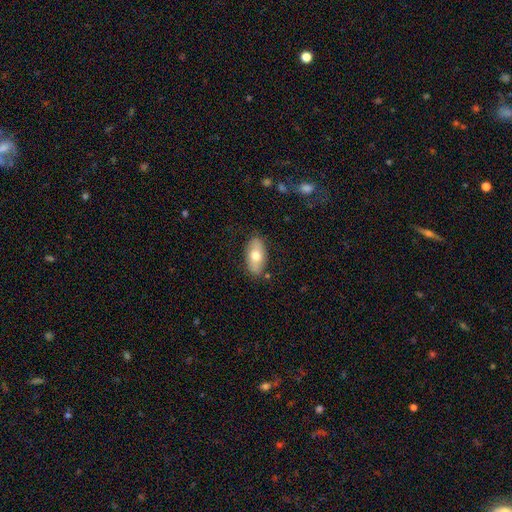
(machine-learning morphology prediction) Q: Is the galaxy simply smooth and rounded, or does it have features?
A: smooth — 67%.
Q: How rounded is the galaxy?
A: in between — 91%.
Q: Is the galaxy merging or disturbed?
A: none — 83%.